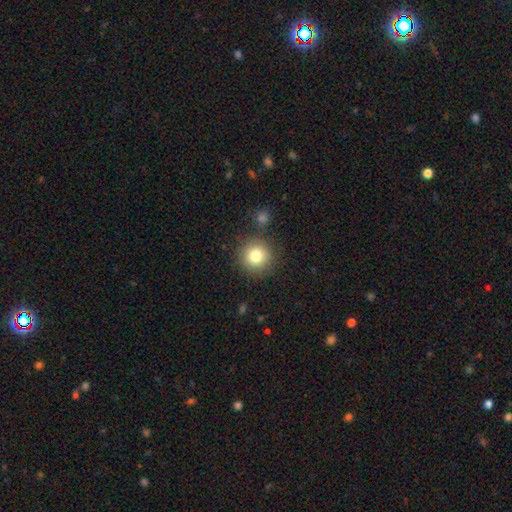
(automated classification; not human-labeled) A smooth galaxy with no disk features (80%) that is round (94%). Merging: none (84%).